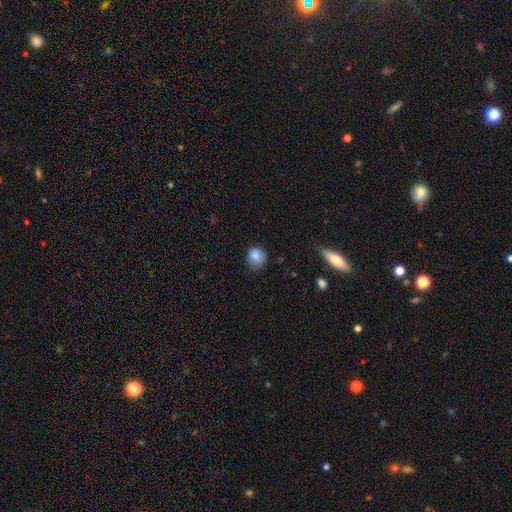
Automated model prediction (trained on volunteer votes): This appears to be a smooth galaxy with no disk features (86%) that is round (80%). Merging: none (63%).